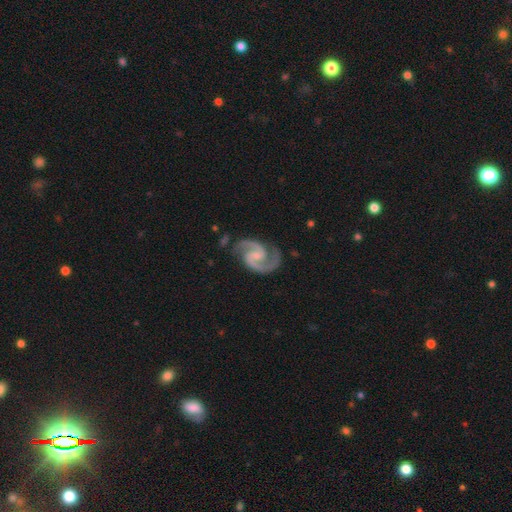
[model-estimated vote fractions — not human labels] A featured or disk galaxy (94%) with a weak bar (49%), 2 (94%) medium (67%) spiral arms (99%) and a small central bulge (53%). Merging: none (81%).